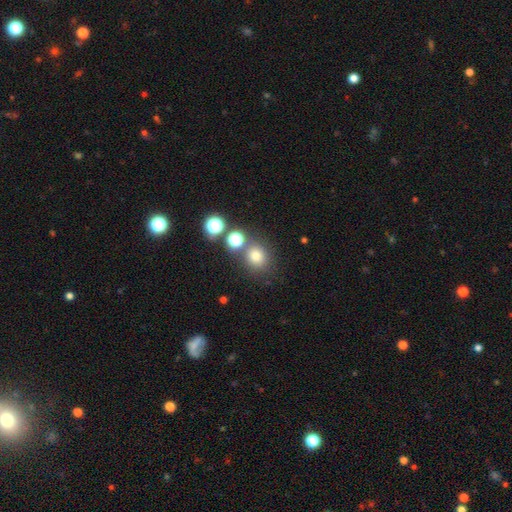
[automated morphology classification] type=smooth (72%); roundness=round (81%); merging=none (72%).